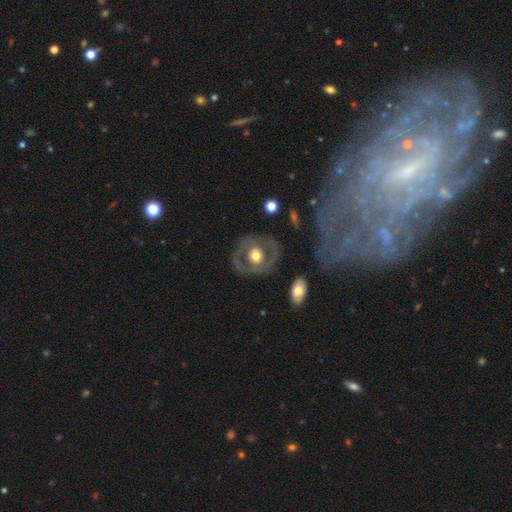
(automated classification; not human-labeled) Smooth or featured?
  - featured or disk: 59% *
  - smooth: 35%
  - star or artifact: 6%
Edge-on disk?
  - no: 95% *
  - yes: 5%
Bar?
  - no: 78% *
  - weak: 16%
  - strong: 6%
Spiral arms?
  - no: 72% *
  - yes: 28%
Bulge size?
  - moderate: 60% *
  - large: 31%
  - small: 6%
  - dominant: 2%
  - none: 1%
Merging?
  - none: 79% *
  - minor disturbance: 12%
  - major disturbance: 8%
  - merger: 2%